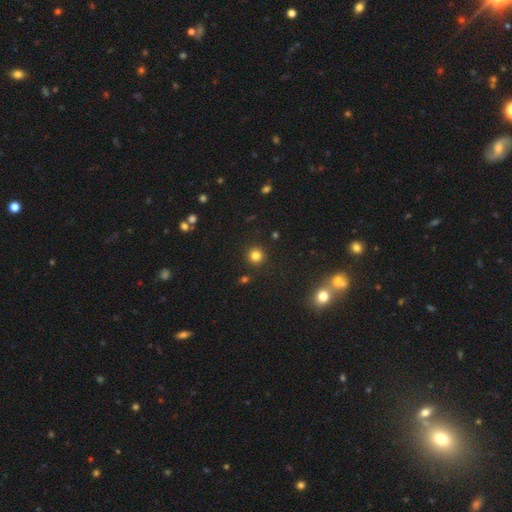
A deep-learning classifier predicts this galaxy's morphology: smooth 80%, star or artifact 15%, featured or disk 5%. Down the decision tree: how rounded — round (94%); merging — none (91%).